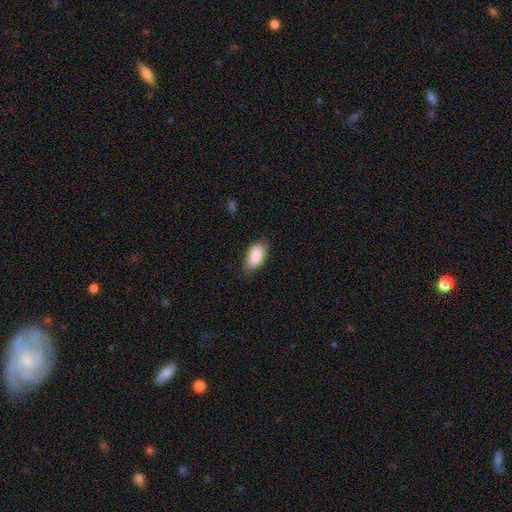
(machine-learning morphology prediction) A smooth galaxy with no disk features (88%) that is in between round and cigar-shaped (93%). Merging: none (78%).